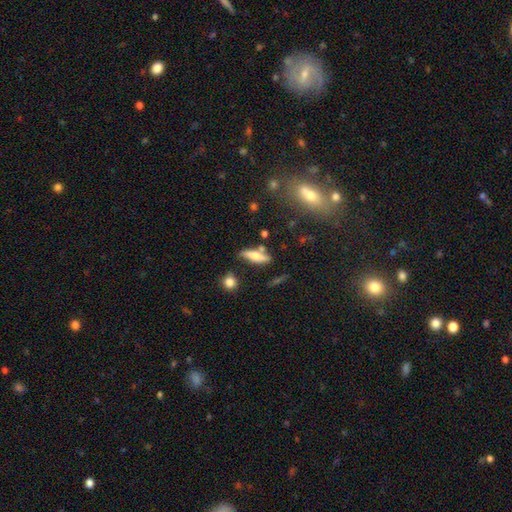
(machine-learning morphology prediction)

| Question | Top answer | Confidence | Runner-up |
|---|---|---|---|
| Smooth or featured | smooth | 58% | featured or disk (34%) |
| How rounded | cigar-shaped | 55% | in between (42%) |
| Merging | none | 65% | minor disturbance (19%) |